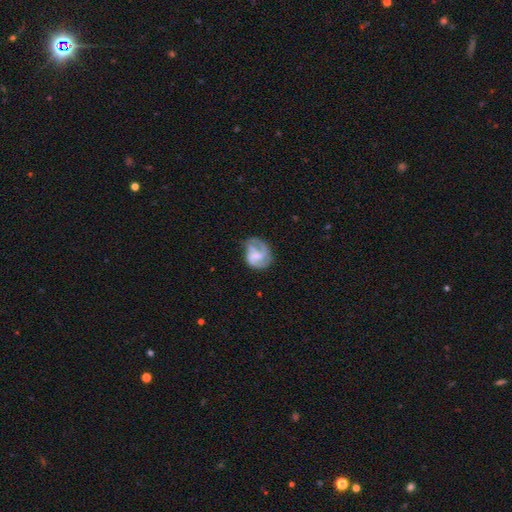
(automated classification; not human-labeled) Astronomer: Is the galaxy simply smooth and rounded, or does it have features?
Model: featured or disk — 69%.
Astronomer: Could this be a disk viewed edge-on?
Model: no — 98%.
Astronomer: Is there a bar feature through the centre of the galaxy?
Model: weak — 44% (runner-up: no, 40%).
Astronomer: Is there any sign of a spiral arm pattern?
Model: yes — 88%.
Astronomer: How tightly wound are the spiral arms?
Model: medium — 45% (runner-up: tight, 29%).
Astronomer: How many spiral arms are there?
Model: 2 — 52%.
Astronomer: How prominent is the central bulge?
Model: none — 41% (runner-up: small, 28%).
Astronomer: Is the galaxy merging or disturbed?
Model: none — 49% (runner-up: minor disturbance, 26%).